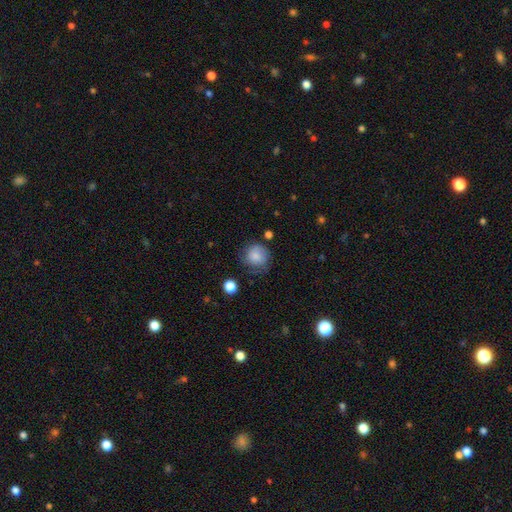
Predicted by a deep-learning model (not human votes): smooth 78%, featured or disk 14%, star or artifact 8%. Down the decision tree: how rounded — round (85%); merging — none (62%).